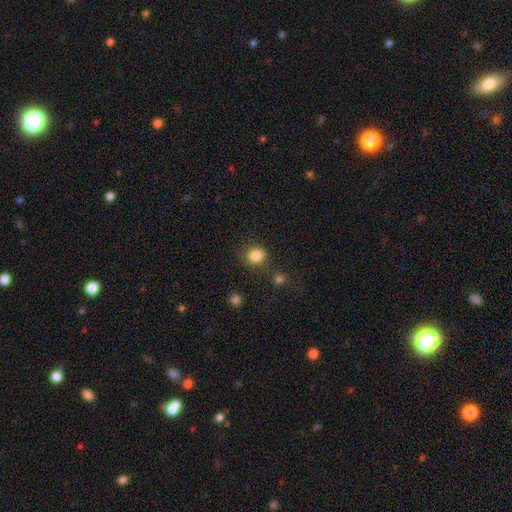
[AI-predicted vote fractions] smooth 83%, star or artifact 12%, featured or disk 5%. Down the decision tree: how rounded — round (73%); merging — none (79%).